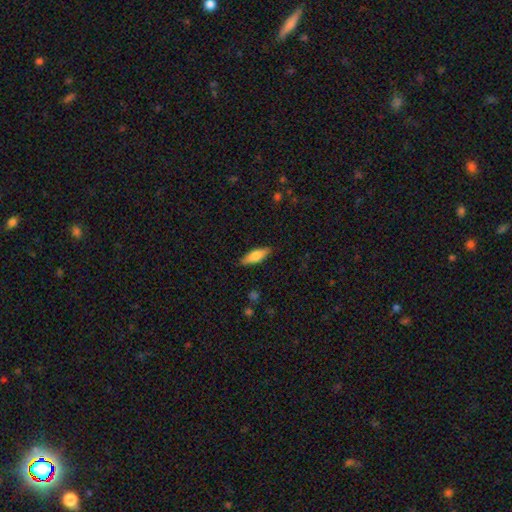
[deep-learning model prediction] This is likely a smooth galaxy (70%). How rounded: possibly in between (55%). Merging: clearly none (86%).